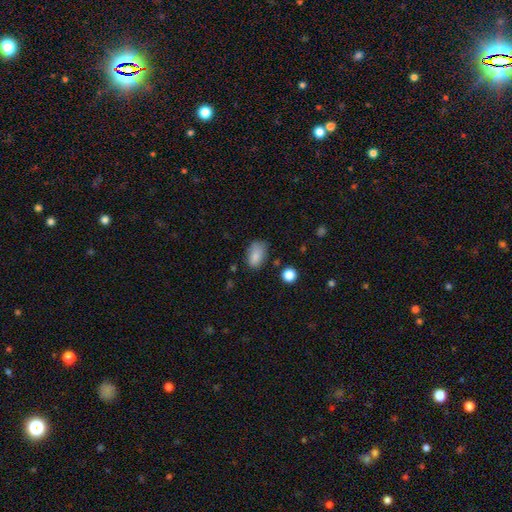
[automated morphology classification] smooth-or-featured: smooth: 85% | star or artifact: 9% | featured or disk: 6%
  how-rounded: in between: 88% | round: 11% | cigar-shaped: 2%
  merging: none: 64% | minor disturbance: 26% | major disturbance: 7% | merger: 3%